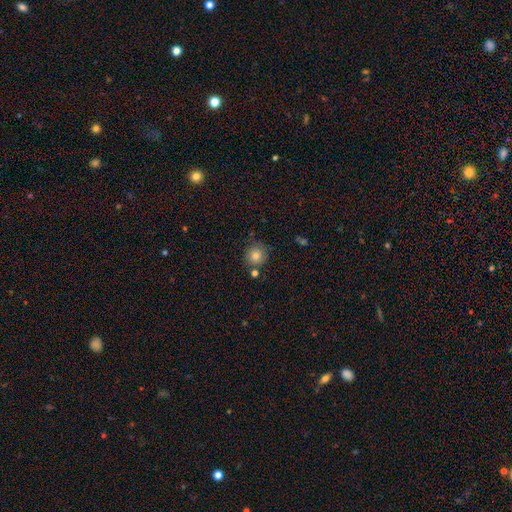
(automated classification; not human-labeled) Morphology: type=smooth (82%); roundness=round (91%); merging=none (78%).